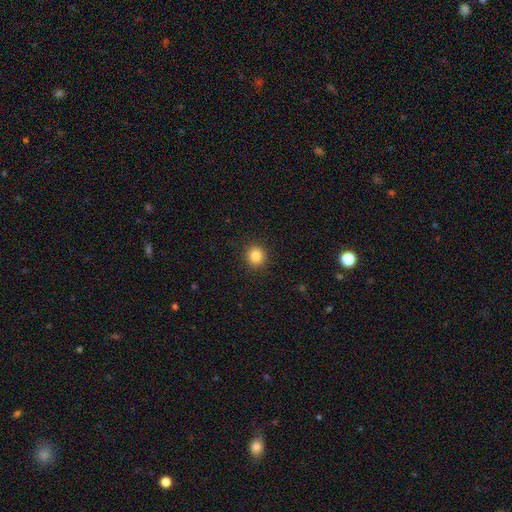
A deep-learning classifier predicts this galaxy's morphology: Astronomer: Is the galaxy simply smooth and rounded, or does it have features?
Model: smooth — 85%.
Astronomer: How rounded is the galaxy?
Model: round — 90%.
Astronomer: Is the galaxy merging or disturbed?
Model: none — 92%.